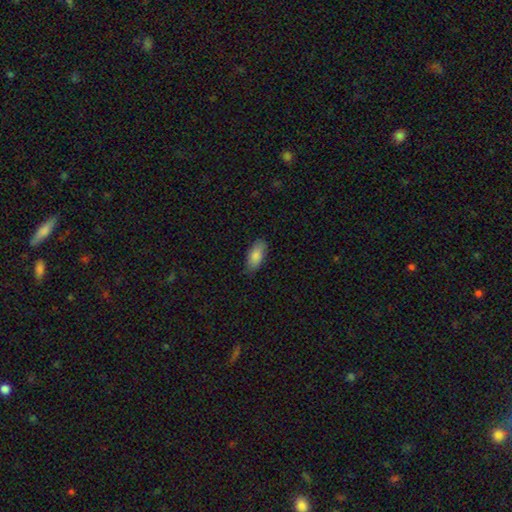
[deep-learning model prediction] Q: Smooth or featured?
A: smooth (84%); runner-up: featured or disk (9%)
Q: How rounded?
A: in between (86%); runner-up: cigar-shaped (12%)
Q: Merging?
A: none (83%); runner-up: minor disturbance (14%)